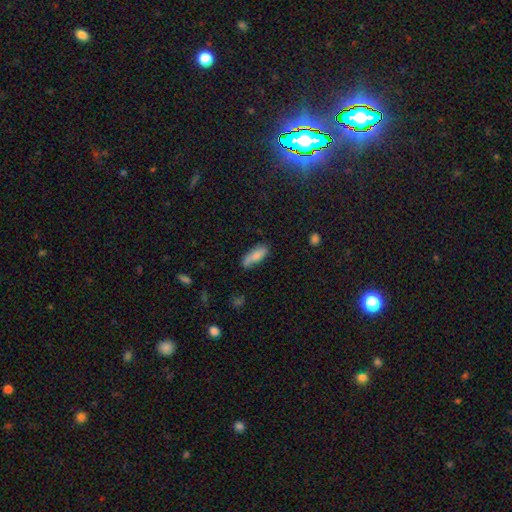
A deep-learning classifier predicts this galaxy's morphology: The model was most divided on "merging": none: 60%, minor disturbance: 28%, major disturbance: 8%, merger: 4%. More confident: smooth or featured — smooth (77%); how rounded — in between (72%).